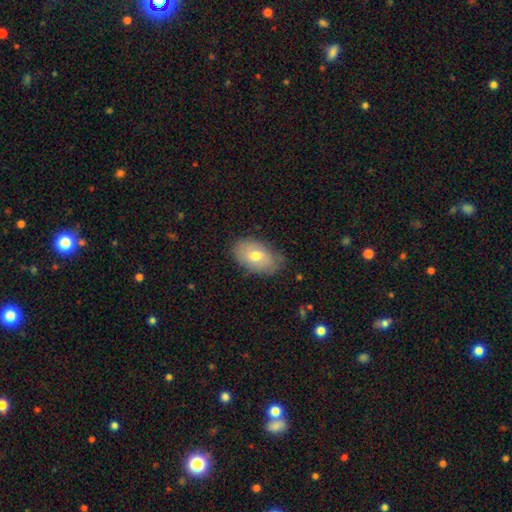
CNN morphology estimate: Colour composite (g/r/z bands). It shows a smooth galaxy with no disk features (68%) that is in between round and cigar-shaped (92%). Merging: none (76%).